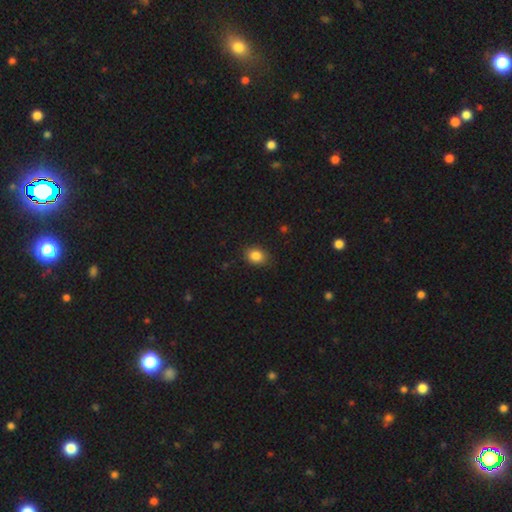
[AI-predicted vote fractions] This appears to be a smooth galaxy with no disk features (85%) that is in between round and cigar-shaped (61%). Merging: none (85%).